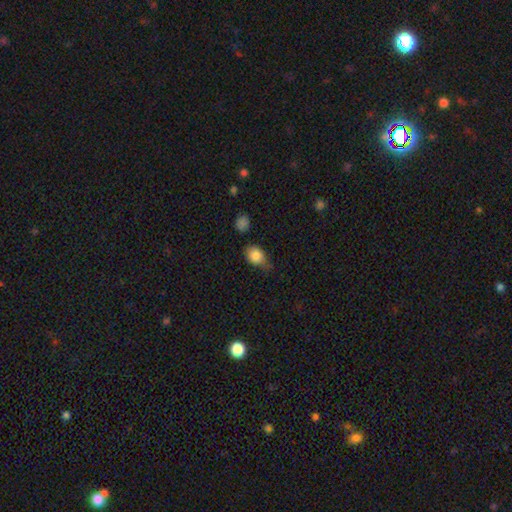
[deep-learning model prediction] Q: Smooth or featured?
A: smooth (83%); runner-up: star or artifact (9%)
Q: How rounded?
A: in between (62%); runner-up: round (36%)
Q: Merging?
A: none (49%); runner-up: minor disturbance (38%)